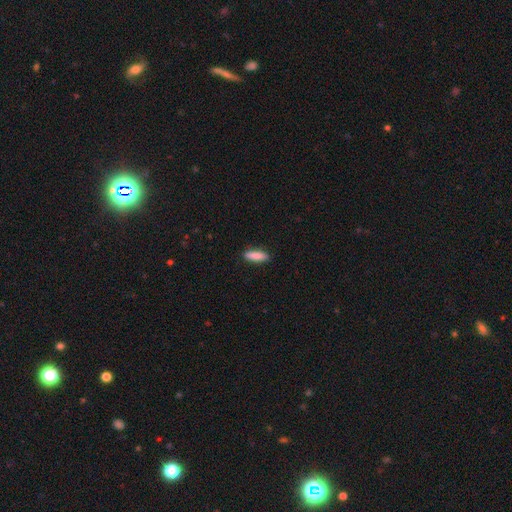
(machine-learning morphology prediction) Overall: smooth (87%). How rounded: cigar-shaped (60%; in between 39%). Merging: none (88%).